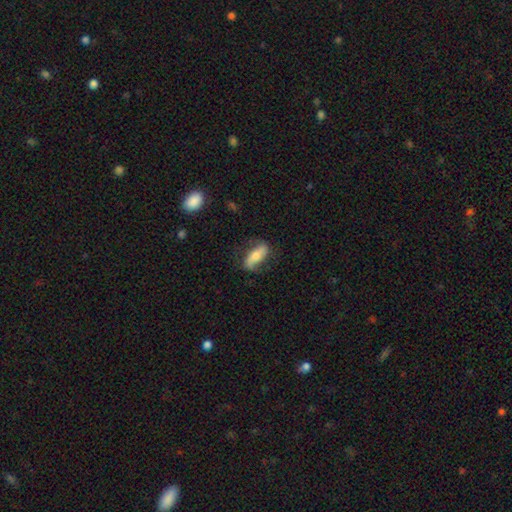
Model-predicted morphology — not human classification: The model was most divided on "smooth or featured": featured or disk: 48%, smooth: 45%, star or artifact: 7%. More confident: merging — none (69%).